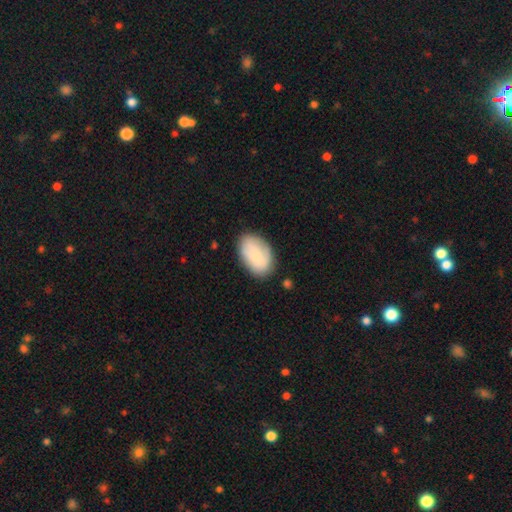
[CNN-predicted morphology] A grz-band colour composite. It shows a smooth galaxy with no disk features (70%) that is in between round and cigar-shaped (89%). Merging: none (77%).